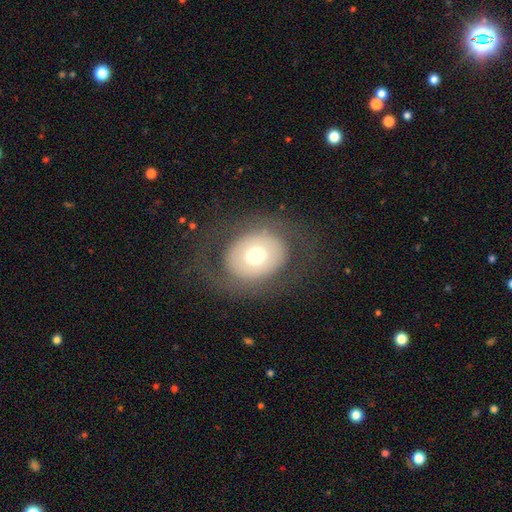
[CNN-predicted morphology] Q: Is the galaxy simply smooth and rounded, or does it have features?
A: smooth — 54%.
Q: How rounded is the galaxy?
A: round — 52%.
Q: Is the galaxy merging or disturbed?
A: none — 73%.